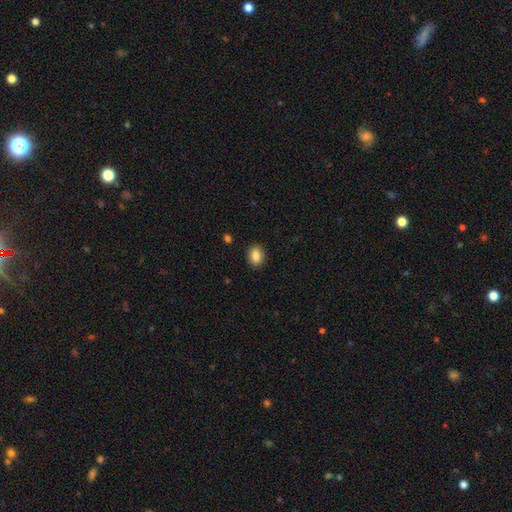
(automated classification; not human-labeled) Morphology: type=smooth (86%); roundness=in between (60%); merging=none (89%).